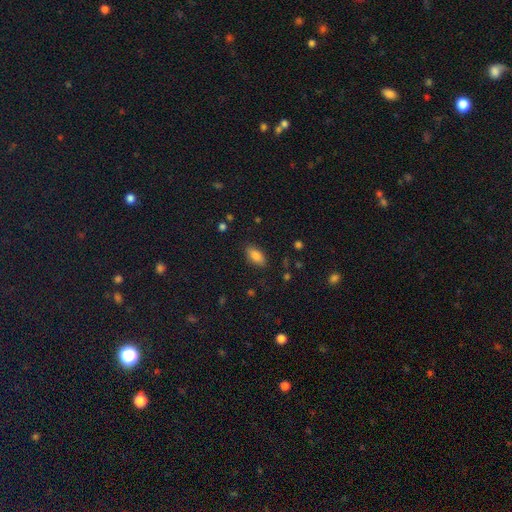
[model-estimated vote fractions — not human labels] A smooth galaxy with no disk features (82%) that is in between round and cigar-shaped (88%). Merging: none (85%).